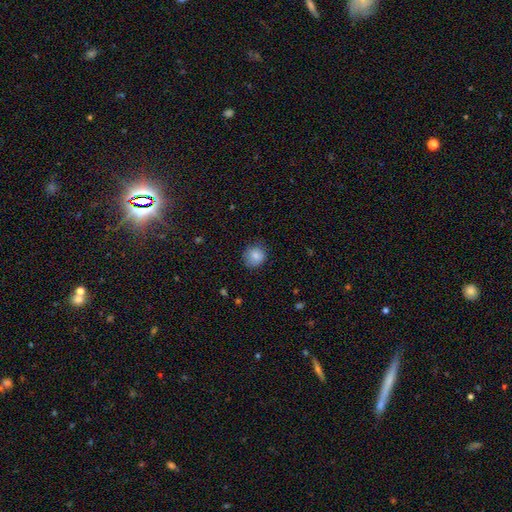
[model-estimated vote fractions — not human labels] smooth 84%, star or artifact 9%, featured or disk 7%. Down the decision tree: how rounded — round (80%); merging — none (75%).